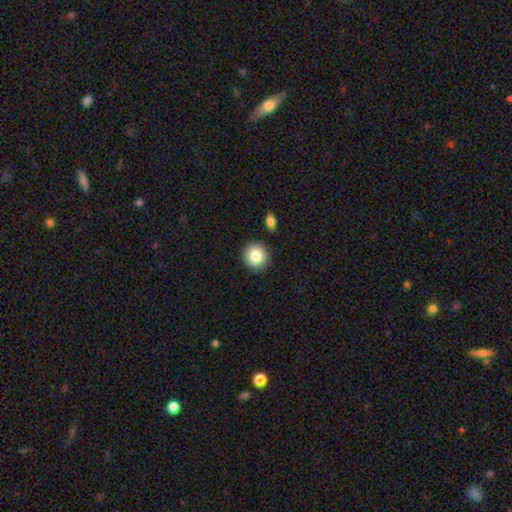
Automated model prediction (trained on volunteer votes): Smooth or featured? Predicted: smooth (p=0.85). How rounded? Predicted: round (p=0.91). Merging? Predicted: none (p=0.89).